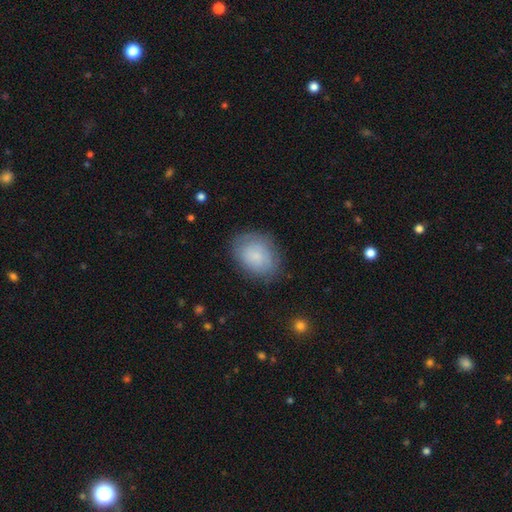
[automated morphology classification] A smooth galaxy with no disk features (69%) that is in between round and cigar-shaped (62%).

Vote fractions:
- Smooth or featured? smooth: 69% / featured or disk: 23% / star or artifact: 8%
- How rounded? in between: 62% / round: 37% / cigar-shaped: 1%
- Merging? none: 75% / minor disturbance: 18% / major disturbance: 6% / merger: 1%